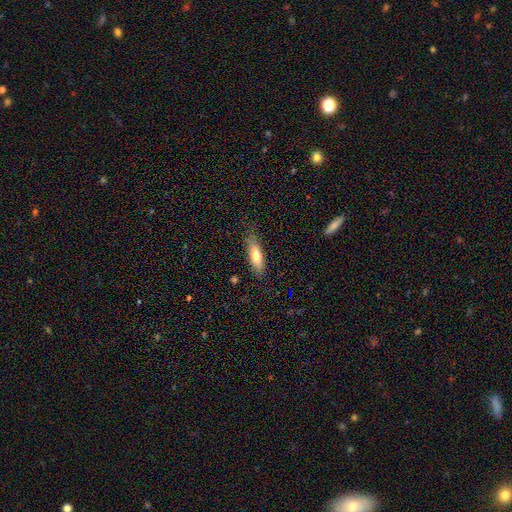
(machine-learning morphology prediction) This is likely a smooth galaxy (69%). How rounded: possibly in between (50%). Merging: clearly none (82%).